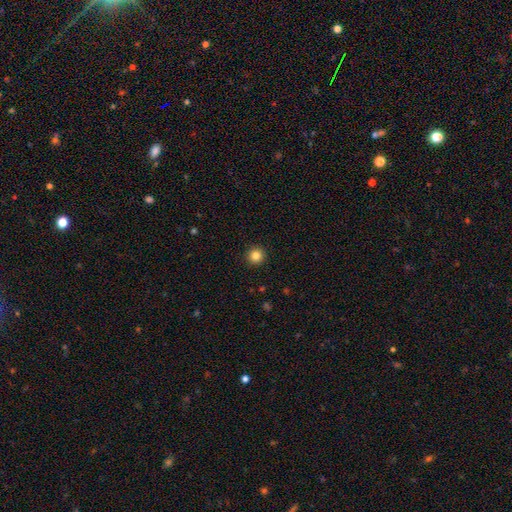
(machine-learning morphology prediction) smooth 84%, star or artifact 11%, featured or disk 5%. Down the decision tree: how rounded — round (95%); merging — none (93%).